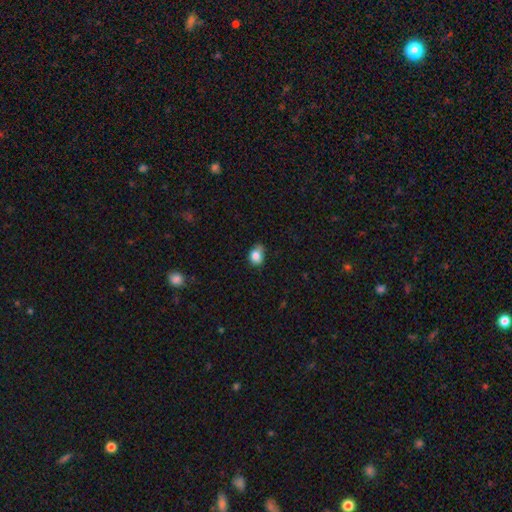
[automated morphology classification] The model was most divided on "merging": none: 48%, minor disturbance: 39%, major disturbance: 10%, merger: 2%. More confident: smooth or featured — smooth (81%); how rounded — in between (60%).